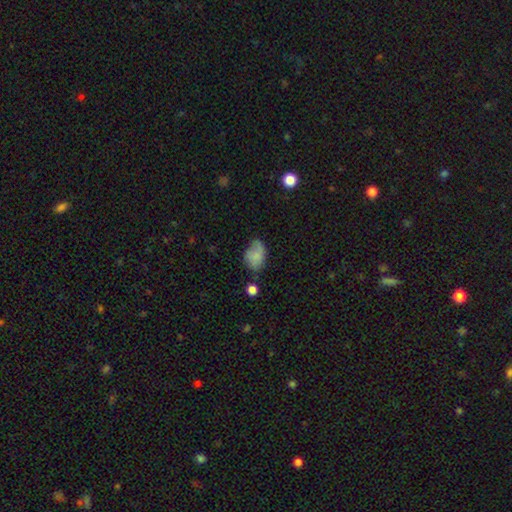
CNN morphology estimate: smooth-or-featured: smooth: 75% | featured or disk: 16% | star or artifact: 9%
  how-rounded: in between: 83% | round: 16% | cigar-shaped: 1%
  merging: none: 47% | minor disturbance: 36% | major disturbance: 12% | merger: 5%